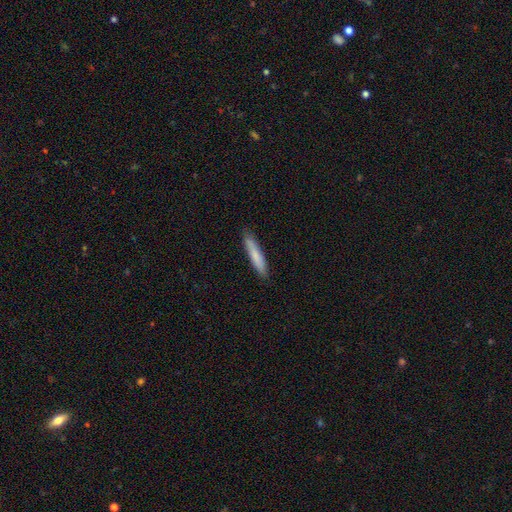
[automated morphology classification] Smooth or featured?
  - smooth: 77% *
  - featured or disk: 17%
  - star or artifact: 6%
How rounded?
  - cigar-shaped: 90% *
  - in between: 9%
  - round: 1%
Merging?
  - none: 87% *
  - minor disturbance: 10%
  - major disturbance: 2%
  - merger: 1%